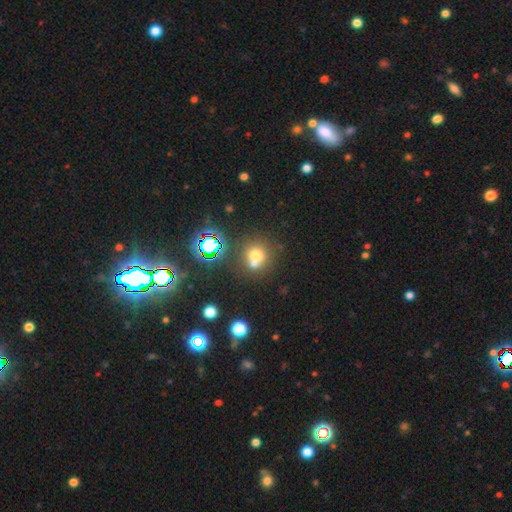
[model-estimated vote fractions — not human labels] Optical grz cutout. It shows a smooth galaxy with no disk features (66%) that is round (88%). Merging: none (51%).